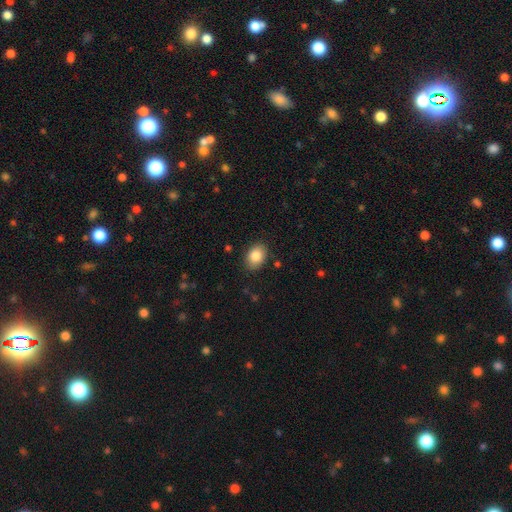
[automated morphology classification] This appears to be a smooth galaxy with no disk features (85%) that is in between round and cigar-shaped (76%). Merging: none (86%).